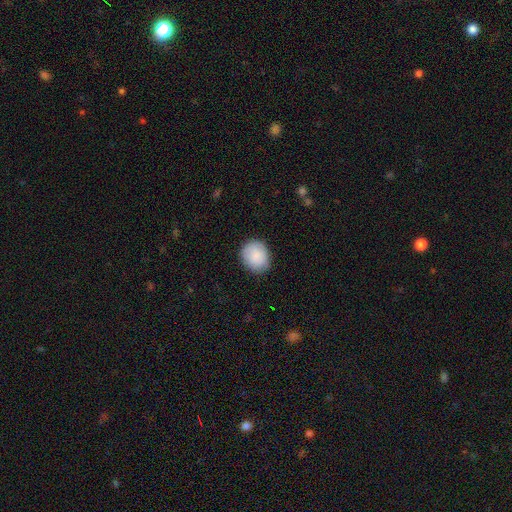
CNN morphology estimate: Smooth or featured?
  - smooth: 88% *
  - star or artifact: 6%
  - featured or disk: 6%
How rounded?
  - round: 66% *
  - in between: 33%
  - cigar-shaped: 1%
Merging?
  - none: 86% *
  - minor disturbance: 11%
  - major disturbance: 2%
  - merger: 1%